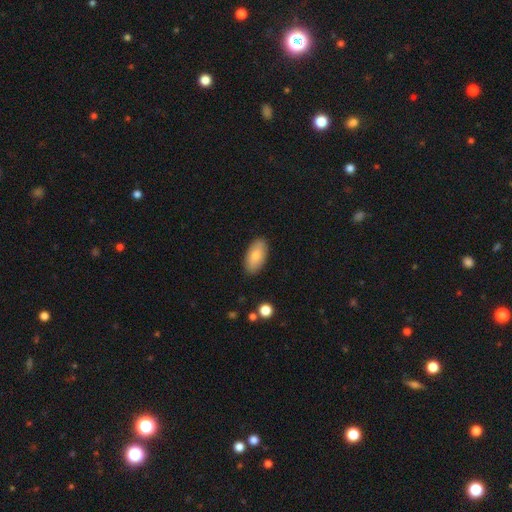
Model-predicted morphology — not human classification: smooth 78%, featured or disk 16%, star or artifact 6%. Down the decision tree: how rounded — in between (94%); merging — none (87%).